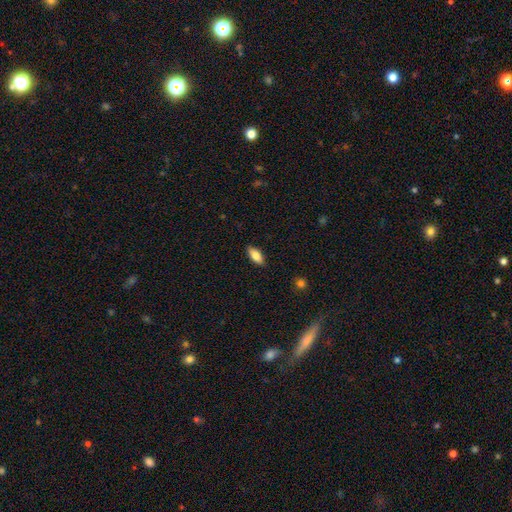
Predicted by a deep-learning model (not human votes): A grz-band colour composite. It shows a smooth galaxy with no disk features (81%) that is in between round and cigar-shaped (83%). Merging: none (88%).